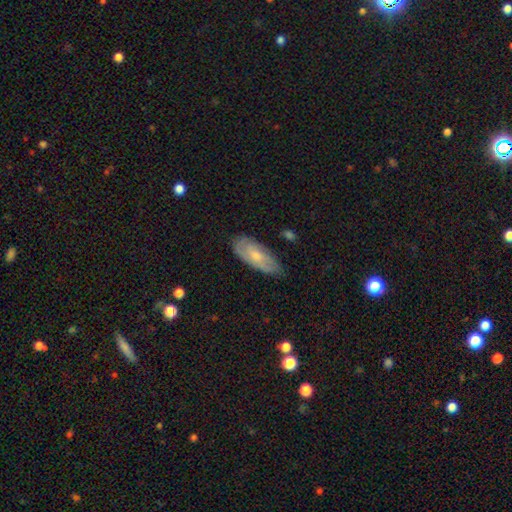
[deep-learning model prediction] Smooth or featured?
  - smooth: 57% *
  - featured or disk: 37%
  - star or artifact: 6%
How rounded?
  - in between: 84% *
  - cigar-shaped: 14%
  - round: 2%
Merging?
  - none: 69% *
  - minor disturbance: 25%
  - major disturbance: 4%
  - merger: 2%